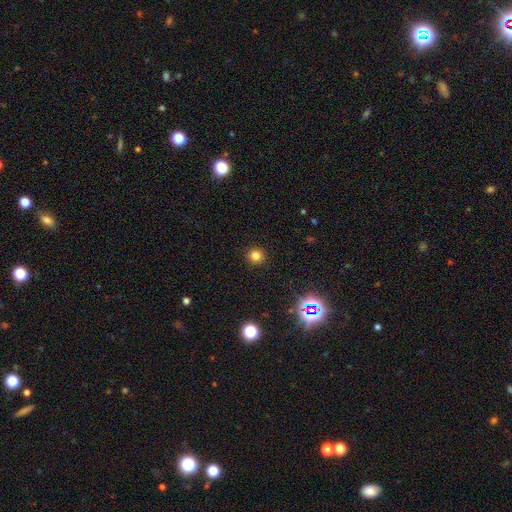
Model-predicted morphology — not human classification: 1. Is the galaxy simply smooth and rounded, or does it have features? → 79% smooth, 16% star or artifact, 5% featured or disk.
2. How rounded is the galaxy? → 94% round, 5% in between, 1% cigar-shaped.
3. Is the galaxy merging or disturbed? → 92% none, 5% minor disturbance, 2% major disturbance, 1% merger.